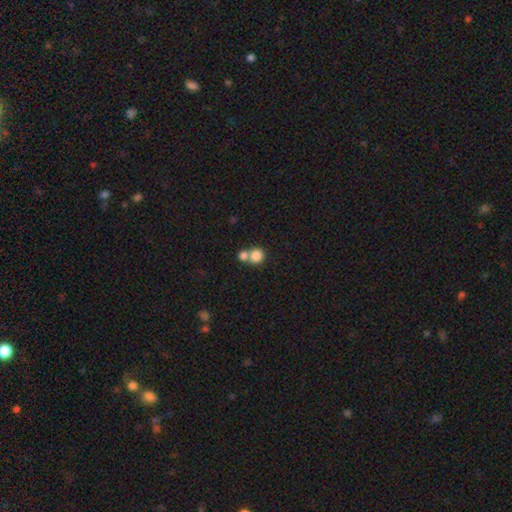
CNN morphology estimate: A smooth galaxy with no disk features (83%) that is round (83%). Merging: merger (49%).